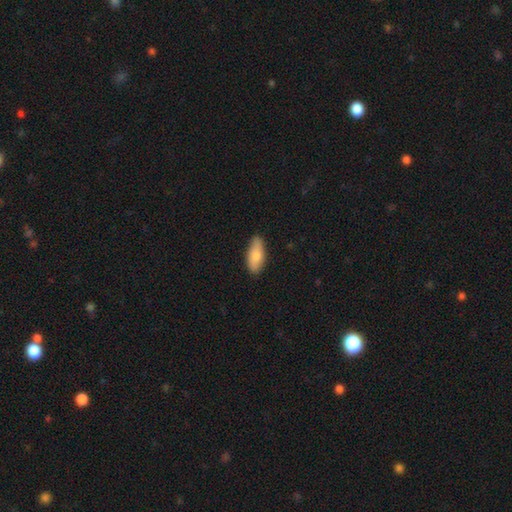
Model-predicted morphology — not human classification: smooth_or_featured: smooth (p=0.80) [alt: featured or disk p=0.15]
how_rounded: in between (p=0.77) [alt: cigar-shaped p=0.20]
merging: none (p=0.82) [alt: minor disturbance p=0.15]